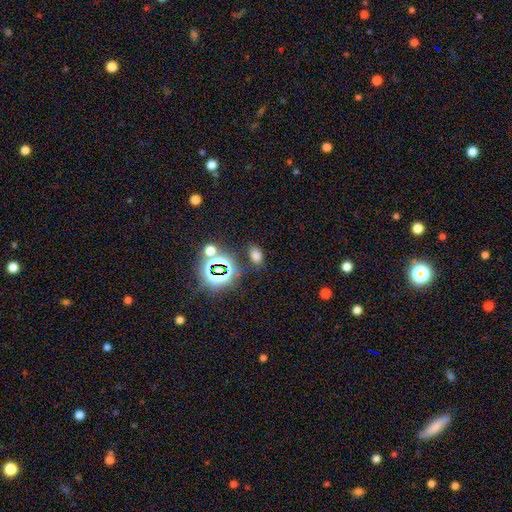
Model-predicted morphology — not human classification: smooth_or_featured: smooth (p=0.64) [alt: star or artifact p=0.29]
how_rounded: in between (p=0.82) [alt: round p=0.17]
merging: none (p=0.76) [alt: minor disturbance p=0.13]